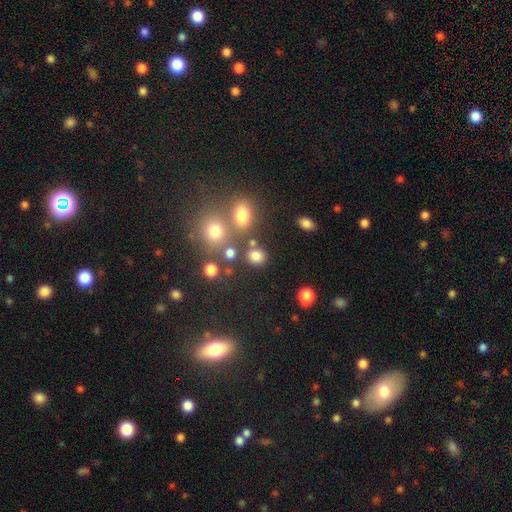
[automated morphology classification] Overall: smooth (78%). How rounded: round (72%). Merging: none (71%).